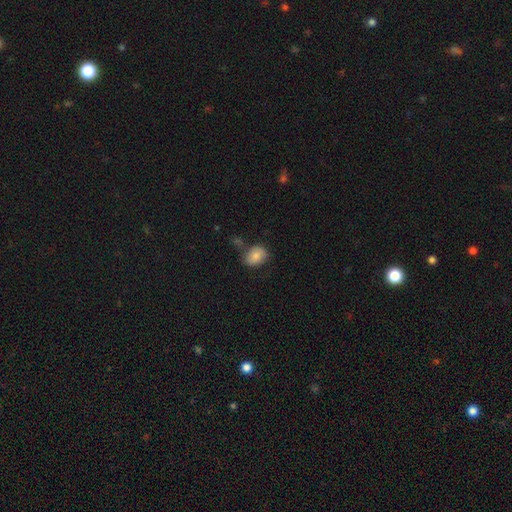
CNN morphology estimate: smooth_or_featured: smooth (p=0.81) [alt: featured or disk p=0.11]
how_rounded: in between (p=0.67) [alt: round p=0.32]
merging: none (p=0.61) [alt: minor disturbance p=0.21]